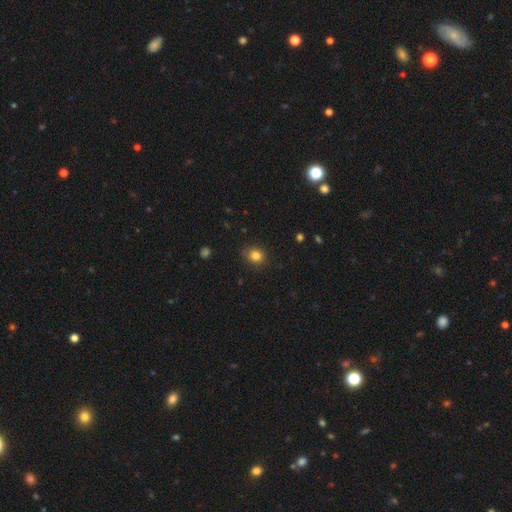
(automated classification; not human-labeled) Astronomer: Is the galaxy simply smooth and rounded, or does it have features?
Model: smooth — 83%.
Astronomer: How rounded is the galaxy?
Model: round — 68%.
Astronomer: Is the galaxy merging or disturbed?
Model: none — 82%.